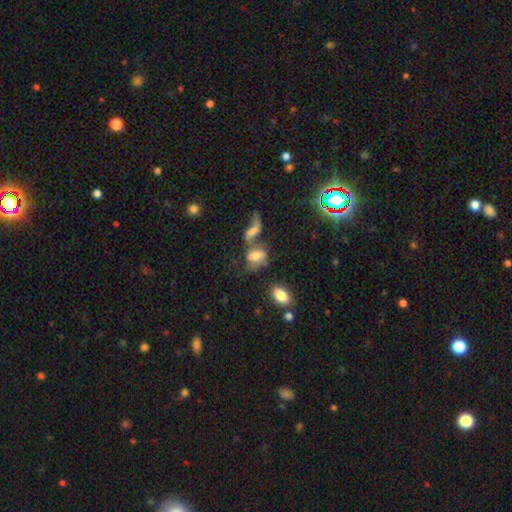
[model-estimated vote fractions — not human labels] Smooth or featured?
  - smooth: 51% *
  - featured or disk: 36%
  - star or artifact: 13%
How rounded?
  - in between: 71% *
  - round: 26%
  - cigar-shaped: 3%
Merging?
  - merger: 47% *
  - none: 23%
  - major disturbance: 17%
  - minor disturbance: 12%